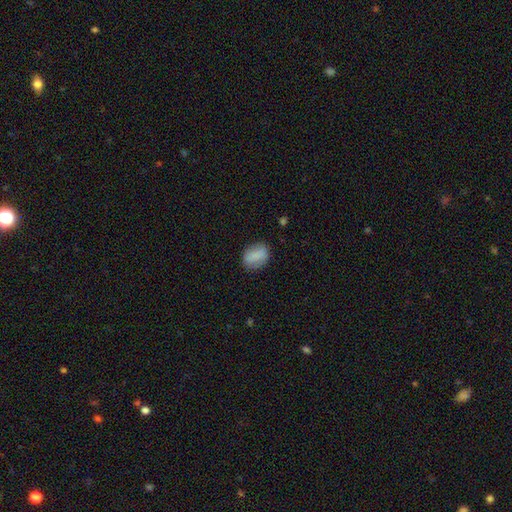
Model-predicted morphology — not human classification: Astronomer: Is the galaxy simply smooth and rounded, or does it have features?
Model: smooth — 81%.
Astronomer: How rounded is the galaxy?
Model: in between — 71%.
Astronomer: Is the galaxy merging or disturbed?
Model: none — 80%.